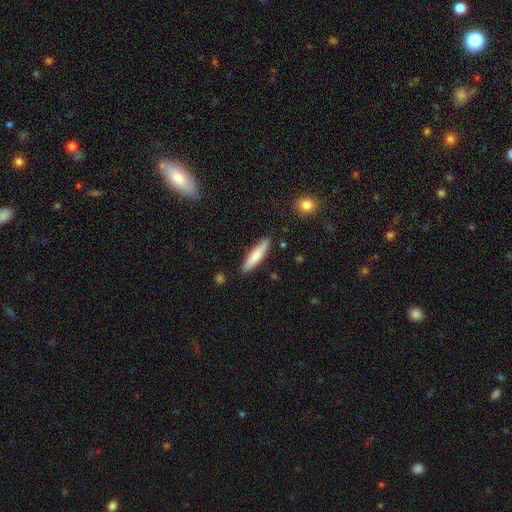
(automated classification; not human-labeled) This is likely a smooth galaxy (76%). How rounded: clearly cigar-shaped (81%). Merging: clearly none (87%).